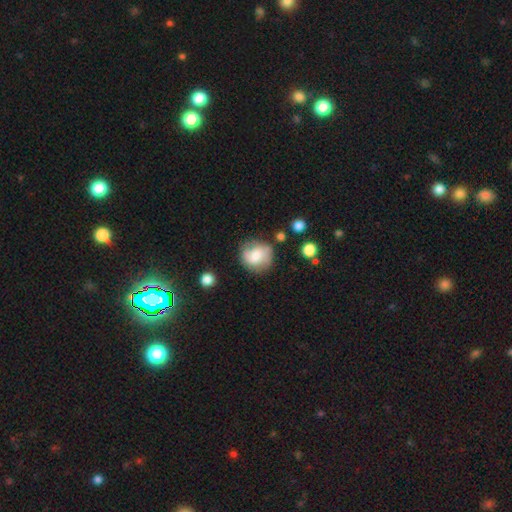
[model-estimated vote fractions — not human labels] A smooth galaxy with no disk features (53%) that is round (82%).

Vote fractions:
- Smooth or featured? smooth: 53% / featured or disk: 38% / star or artifact: 8%
- How rounded? round: 82% / in between: 17% / cigar-shaped: 1%
- Merging? none: 68% / minor disturbance: 20% / major disturbance: 8% / merger: 4%